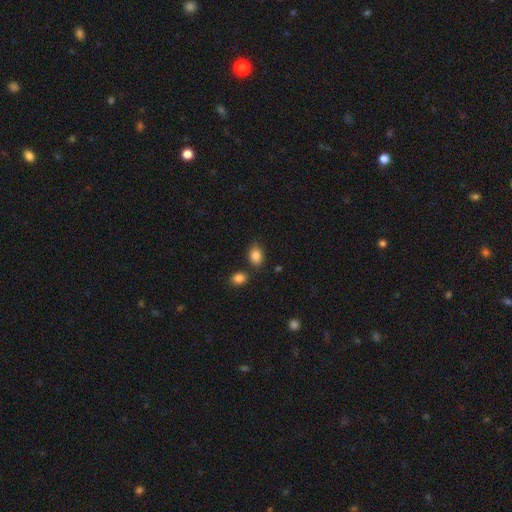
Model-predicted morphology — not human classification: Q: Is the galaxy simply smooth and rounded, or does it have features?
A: smooth — 86%.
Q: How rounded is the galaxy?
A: in between — 77%.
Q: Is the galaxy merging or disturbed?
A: none — 73%.